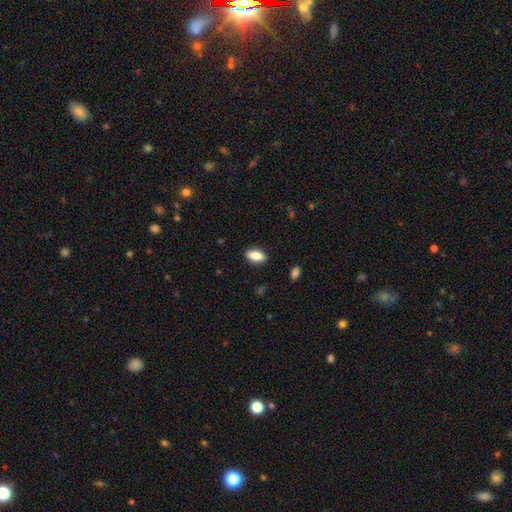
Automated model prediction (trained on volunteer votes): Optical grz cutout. It shows a smooth galaxy with no disk features (84%) that is in between round and cigar-shaped (87%). Merging: none (87%).